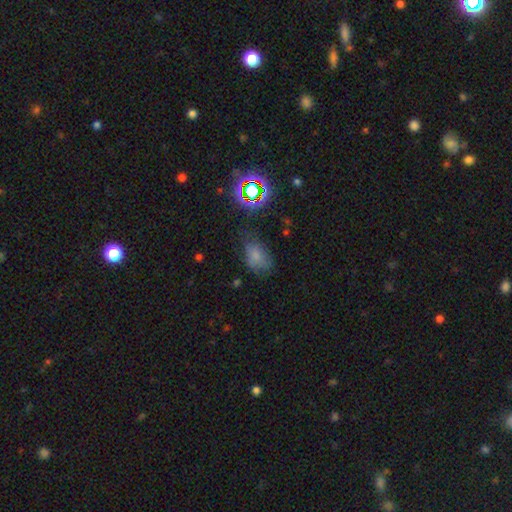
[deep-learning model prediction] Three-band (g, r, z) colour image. It shows a smooth galaxy with no disk features (66%) that is in between round and cigar-shaped (84%). Merging: none (52%).